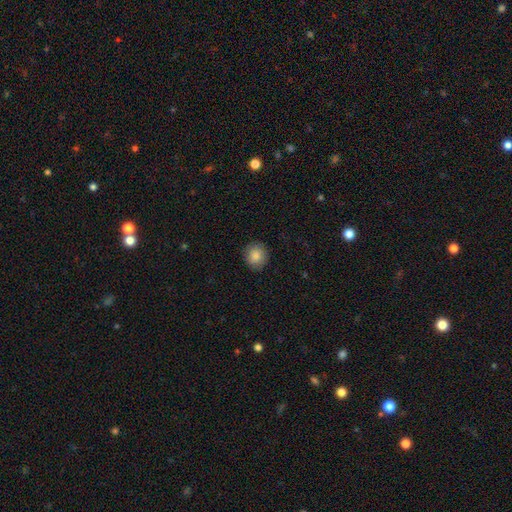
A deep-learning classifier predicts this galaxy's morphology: This appears to be a smooth galaxy with no disk features (87%) that is round (81%). Merging: none (89%).